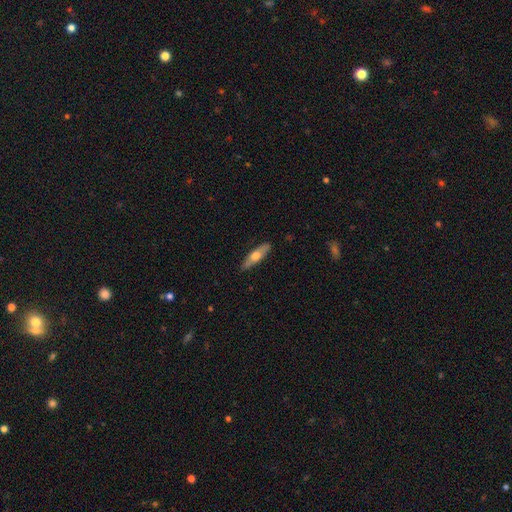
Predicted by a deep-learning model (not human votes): smooth 52%, featured or disk 42%, star or artifact 5%. Down the decision tree: how rounded — cigar-shaped (63%); merging — none (87%).